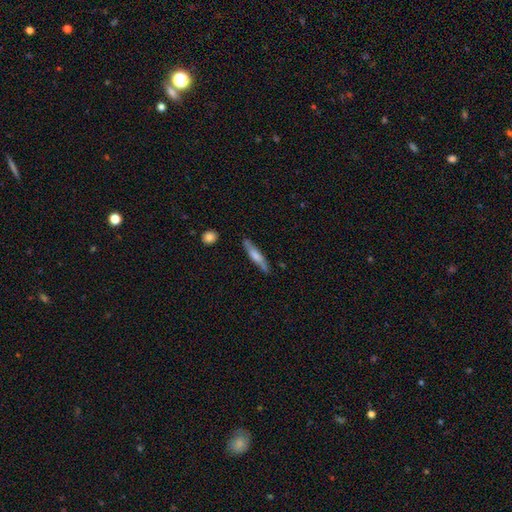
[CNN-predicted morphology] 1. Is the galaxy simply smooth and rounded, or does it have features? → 58% smooth, 36% featured or disk, 6% star or artifact.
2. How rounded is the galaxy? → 86% cigar-shaped, 12% in between, 2% round.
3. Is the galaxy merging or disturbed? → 78% none, 16% minor disturbance, 3% major disturbance, 3% merger.